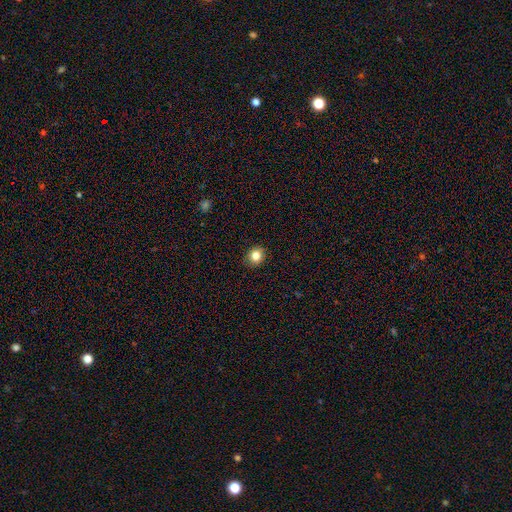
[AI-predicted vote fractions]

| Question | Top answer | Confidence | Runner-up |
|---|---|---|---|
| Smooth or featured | smooth | 84% | star or artifact (10%) |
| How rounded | round | 71% | in between (29%) |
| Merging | none | 89% | minor disturbance (8%) |